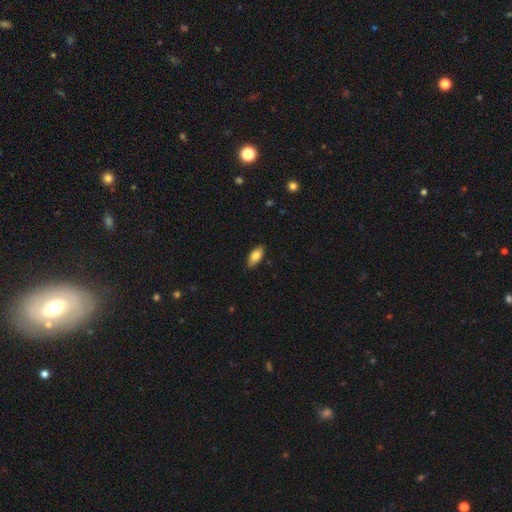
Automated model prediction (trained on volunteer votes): Smooth or featured?
  - smooth: 77% *
  - featured or disk: 16%
  - star or artifact: 7%
How rounded?
  - in between: 87% *
  - cigar-shaped: 10%
  - round: 3%
Merging?
  - none: 87% *
  - minor disturbance: 10%
  - major disturbance: 2%
  - merger: 1%